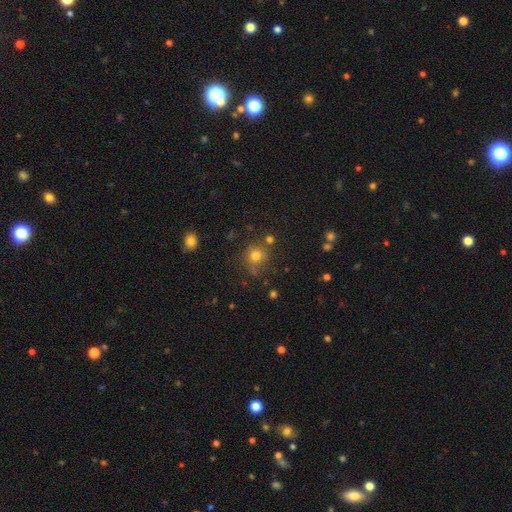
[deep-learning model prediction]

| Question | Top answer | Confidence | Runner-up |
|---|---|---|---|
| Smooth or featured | smooth | 75% | star or artifact (16%) |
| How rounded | round | 85% | in between (14%) |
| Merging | none | 69% | minor disturbance (16%) |